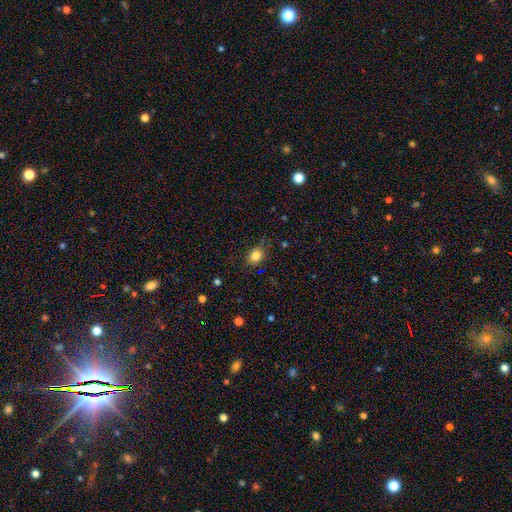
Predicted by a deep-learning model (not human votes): smooth_or_featured: smooth (p=0.82) [alt: star or artifact p=0.11]
how_rounded: in between (p=0.58) [alt: round p=0.40]
merging: none (p=0.77) [alt: minor disturbance p=0.17]